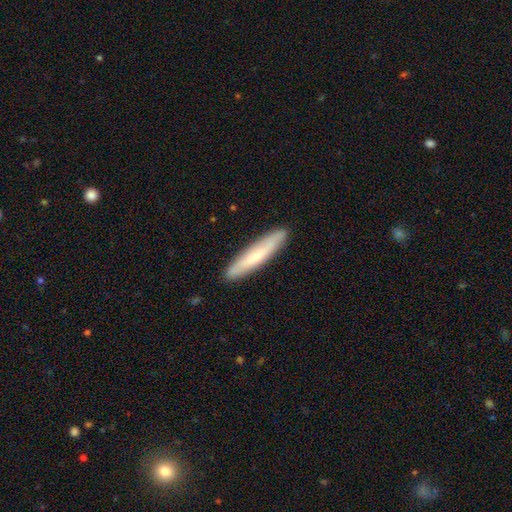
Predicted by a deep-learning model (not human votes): This appears to be a smooth galaxy with no disk features (59%) that is cigar-shaped (88%). Merging: none (89%).